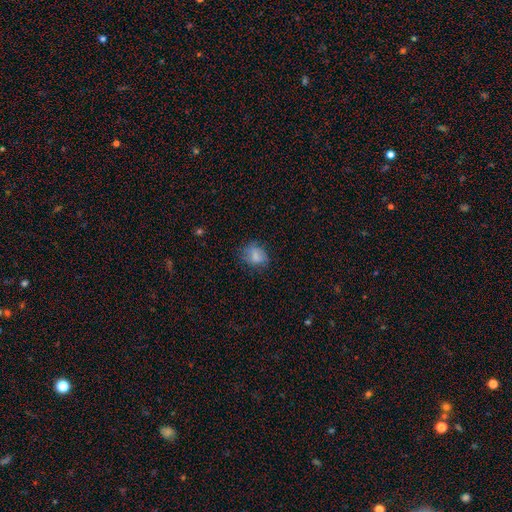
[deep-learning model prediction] Q: Smooth or featured?
A: smooth (76%); runner-up: featured or disk (13%)
Q: How rounded?
A: in between (51%); runner-up: round (48%)
Q: Merging?
A: none (64%); runner-up: minor disturbance (24%)